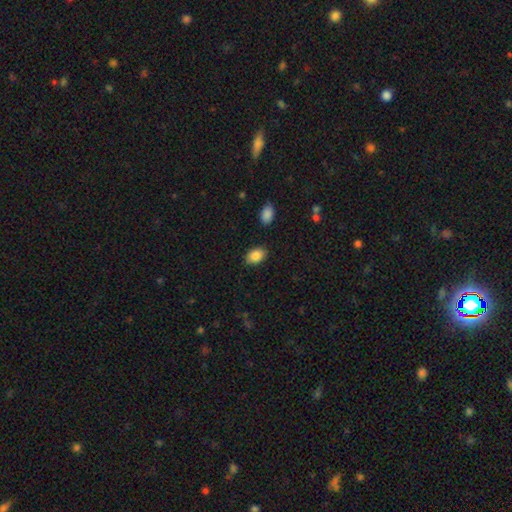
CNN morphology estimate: This appears to be a smooth galaxy with no disk features (87%) that is in between round and cigar-shaped (86%). Merging: none (85%).